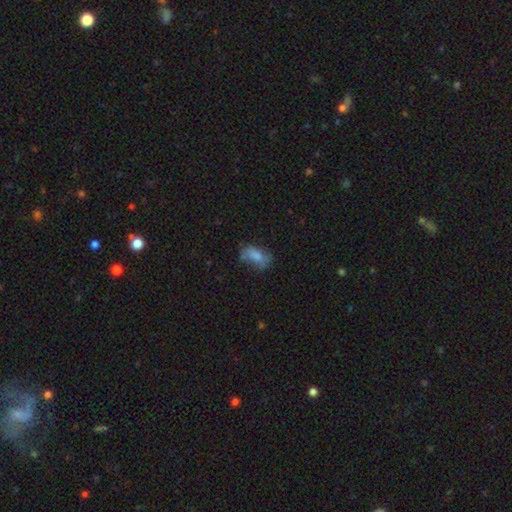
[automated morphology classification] A smooth galaxy with no disk features (68%) that is in between round and cigar-shaped (88%). Merging: none (44%).